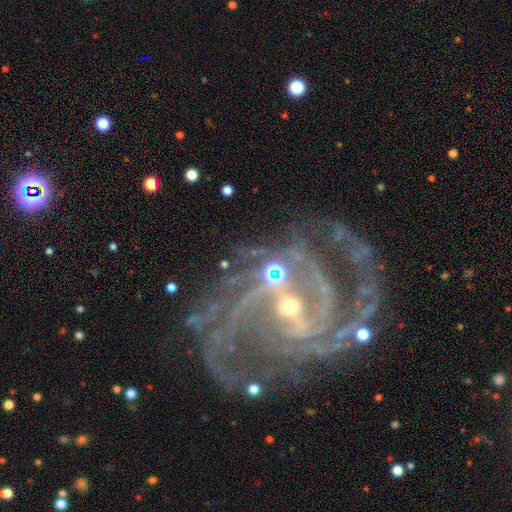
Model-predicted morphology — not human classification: Smooth or featured?
  - featured or disk: 92% *
  - star or artifact: 6%
  - smooth: 2%
Edge-on disk?
  - no: 98% *
  - yes: 2%
Bar?
  - strong: 43% *
  - weak: 37%
  - no: 20%
Spiral arms?
  - yes: 98% *
  - no: 2%
Spiral winding?
  - medium: 48% *
  - tight: 39%
  - loose: 12%
Spiral arm count?
  - 2: 41% *
  - 3: 20%
  - can't tell: 13%
  - 4: 11%
  - more than 4: 8%
  - 1: 7%
Bulge size?
  - small: 69% *
  - moderate: 27%
  - none: 2%
  - large: 2%
  - dominant: 1%
Merging?
  - none: 60% *
  - minor disturbance: 18%
  - major disturbance: 15%
  - merger: 7%